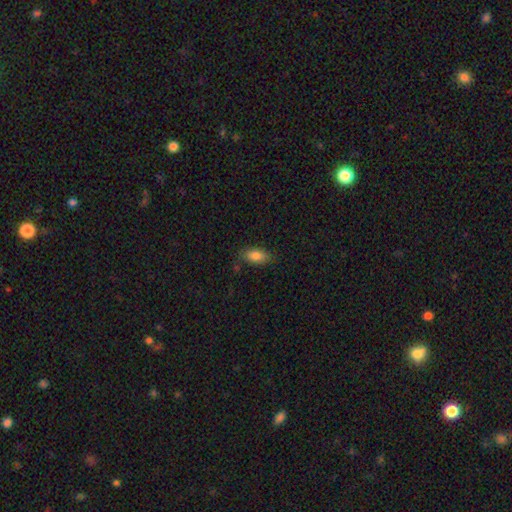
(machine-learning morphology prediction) A smooth galaxy with no disk features (83%) that is in between round and cigar-shaped (88%).

Vote fractions:
- Smooth or featured? smooth: 83% / featured or disk: 9% / star or artifact: 8%
- How rounded? in between: 88% / cigar-shaped: 9% / round: 3%
- Merging? none: 78% / minor disturbance: 16% / major disturbance: 4% / merger: 2%